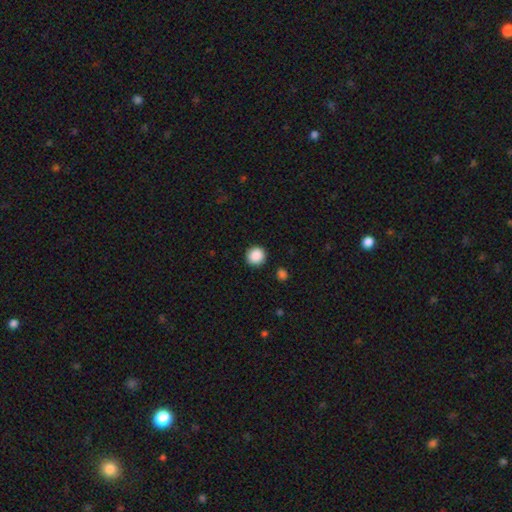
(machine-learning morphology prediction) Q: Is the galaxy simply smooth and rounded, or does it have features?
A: smooth — 88%.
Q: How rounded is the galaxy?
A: round — 93%.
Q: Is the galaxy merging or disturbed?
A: none — 90%.